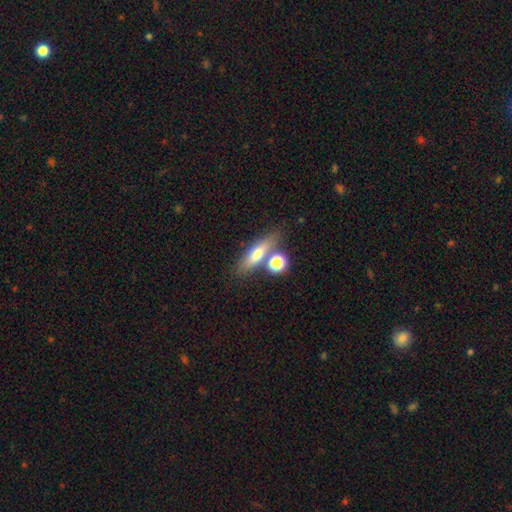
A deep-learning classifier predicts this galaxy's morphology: This is likely a smooth galaxy (65%). How rounded: possibly cigar-shaped (45%). Merging: likely none (64%).